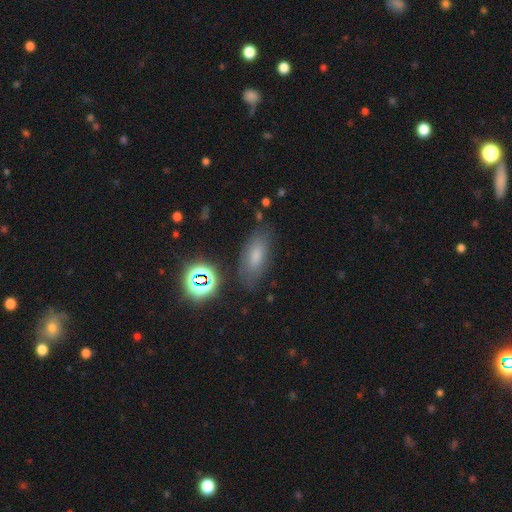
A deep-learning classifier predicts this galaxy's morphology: A smooth galaxy with no disk features (69%) that is in between round and cigar-shaped (82%). Merging: none (75%).